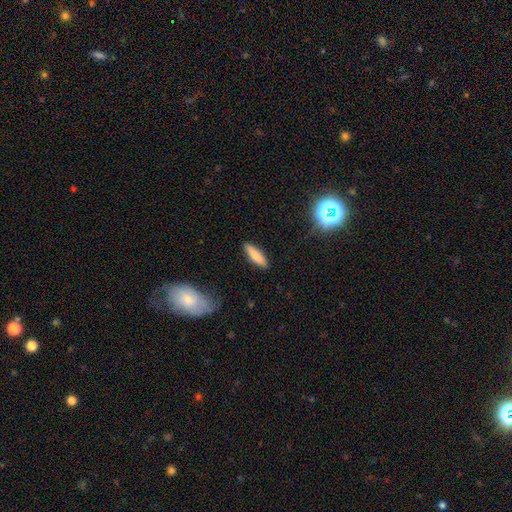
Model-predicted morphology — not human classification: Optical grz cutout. It shows a smooth galaxy with no disk features (80%) that is cigar-shaped (66%). Merging: none (88%).